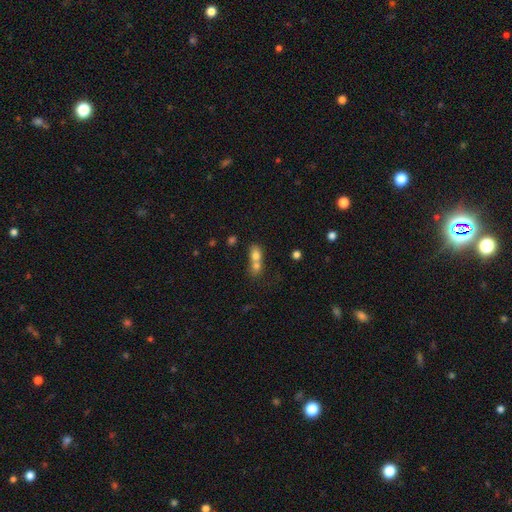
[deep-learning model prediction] Smooth or featured? Predicted: smooth (p=0.72). How rounded? Predicted: in between (p=0.59). Merging? Predicted: merger (p=0.71).